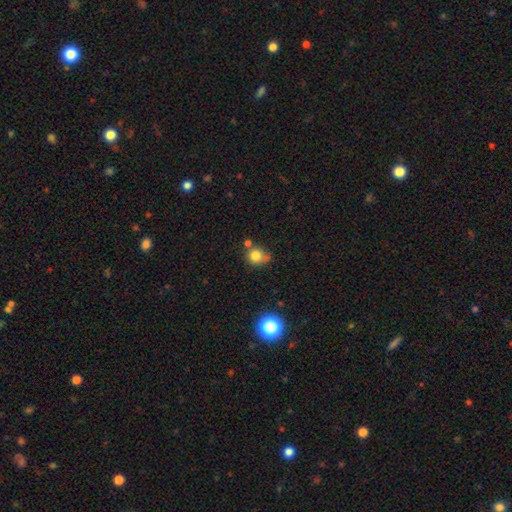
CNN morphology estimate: Smooth or featured?
  - smooth: 79% *
  - star or artifact: 13%
  - featured or disk: 9%
How rounded?
  - round: 83% *
  - in between: 16%
  - cigar-shaped: 1%
Merging?
  - none: 54% *
  - minor disturbance: 23%
  - merger: 17%
  - major disturbance: 7%